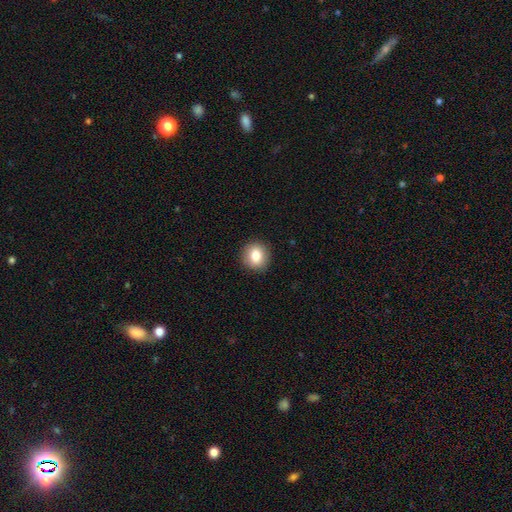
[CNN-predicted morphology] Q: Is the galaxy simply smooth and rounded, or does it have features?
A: smooth — 82%.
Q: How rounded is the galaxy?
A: round — 85%.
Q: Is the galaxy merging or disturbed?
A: none — 91%.